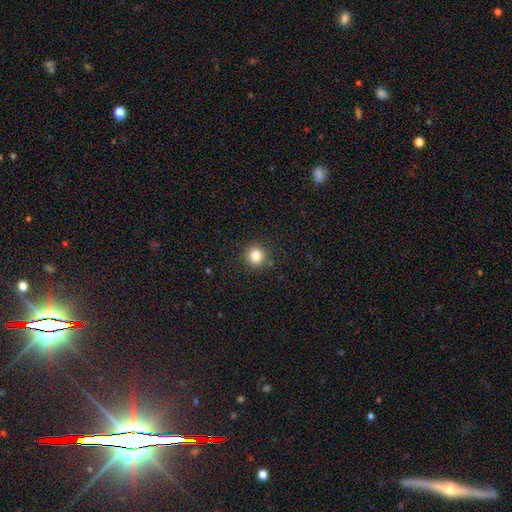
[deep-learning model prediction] The model was most divided on "smooth or featured": smooth: 82%, star or artifact: 12%, featured or disk: 6%. More confident: how rounded — round (93%); merging — none (89%).